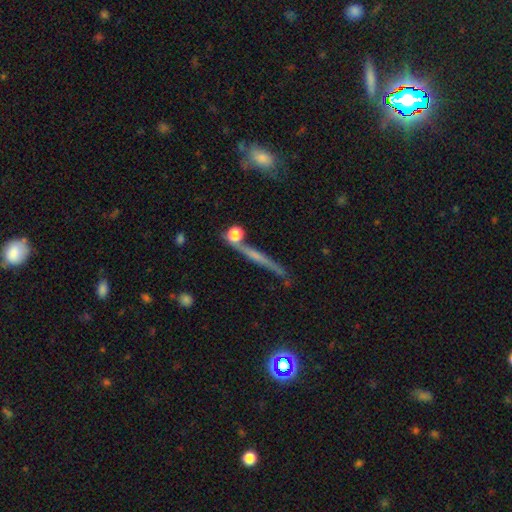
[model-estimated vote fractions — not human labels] This is likely a featured or disk galaxy (61%). It is clearly viewed edge-on (91%). Edge-on bulge: possibly none (49%). Merging: likely none (70%).